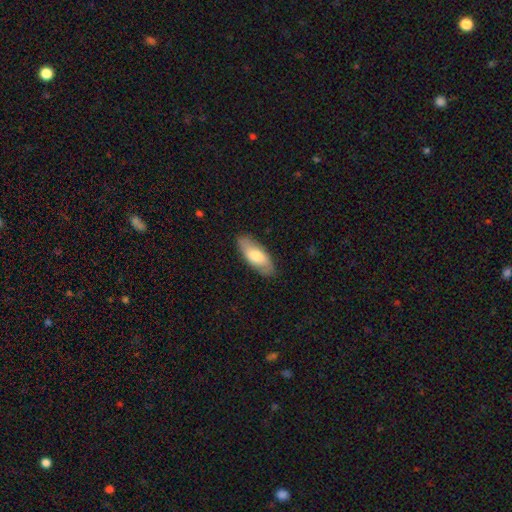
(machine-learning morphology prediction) type=smooth (72%); roundness=in between (80%); merging=none (86%).